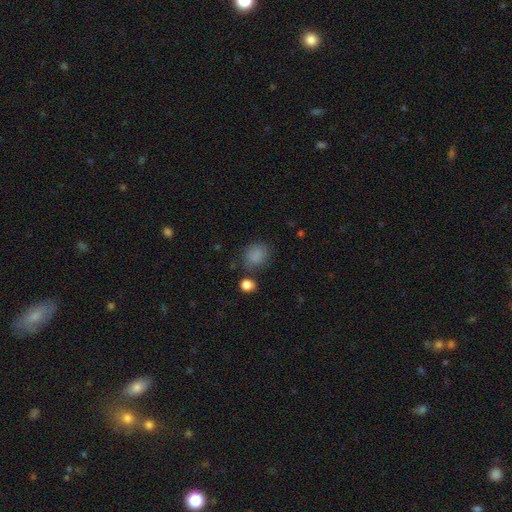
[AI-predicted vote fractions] A smooth galaxy with no disk features (84%) that is round (63%). Merging: none (72%).